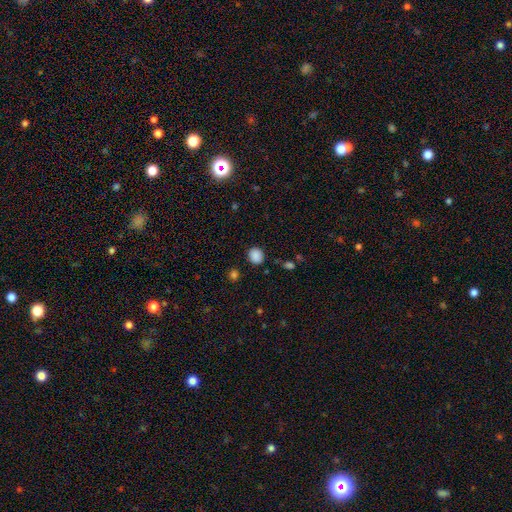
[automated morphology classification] smooth-or-featured: smooth: 87% | star or artifact: 10% | featured or disk: 3%
  how-rounded: round: 73% | in between: 26% | cigar-shaped: 1%
  merging: none: 86% | minor disturbance: 9% | major disturbance: 3% | merger: 2%